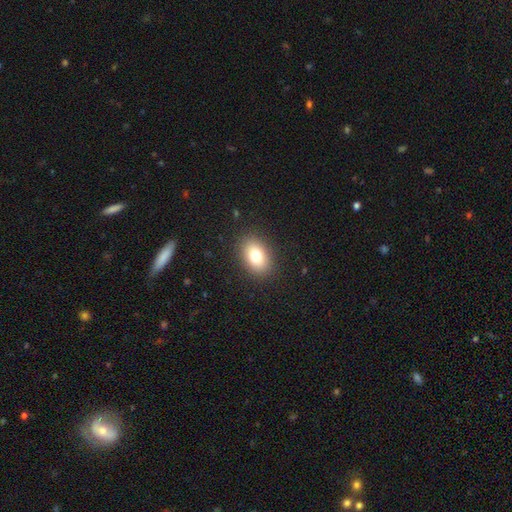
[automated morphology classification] The model was most divided on "how rounded": in between: 81%, round: 18%, cigar-shaped: 1%. More confident: merging — none (88%); smooth or featured — smooth (78%).